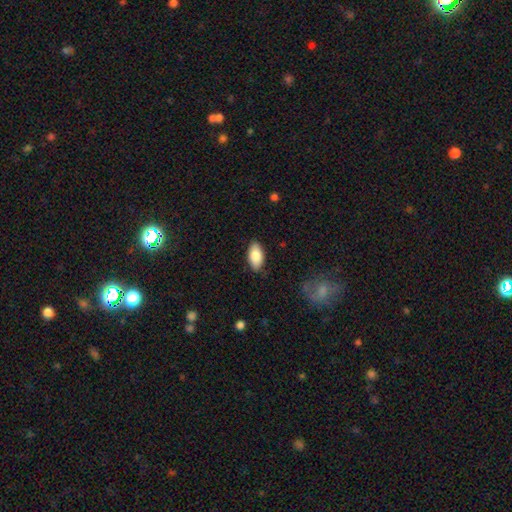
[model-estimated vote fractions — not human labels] This appears to be a smooth galaxy with no disk features (85%) that is in between round and cigar-shaped (93%). Merging: none (86%).